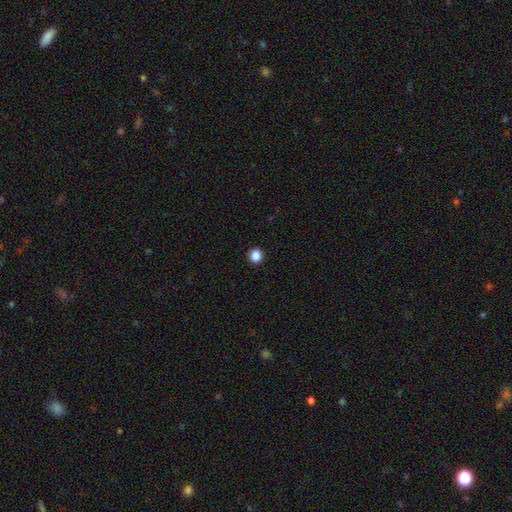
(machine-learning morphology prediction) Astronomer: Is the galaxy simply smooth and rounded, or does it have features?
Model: smooth — 87%.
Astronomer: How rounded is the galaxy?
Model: round — 88%.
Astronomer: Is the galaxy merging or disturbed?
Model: none — 93%.